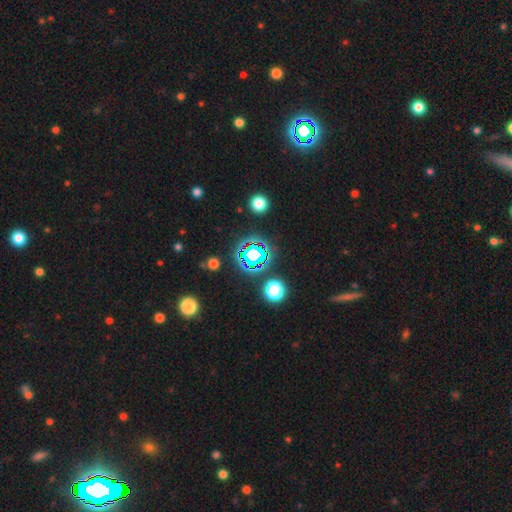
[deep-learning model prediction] Smooth or featured: star or artifact — 77% (smooth — 15%)